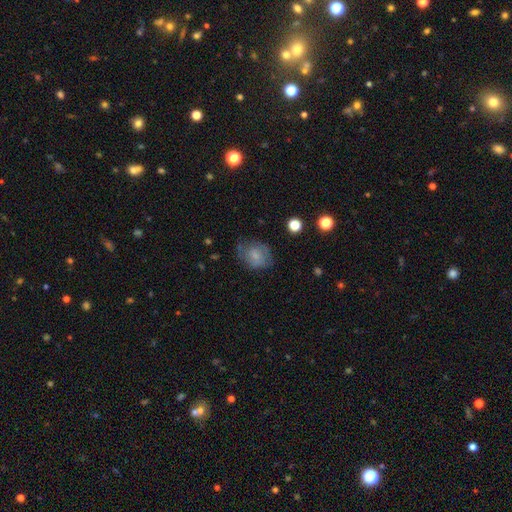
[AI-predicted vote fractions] Q: Smooth or featured?
A: smooth (69%); runner-up: featured or disk (21%)
Q: How rounded?
A: round (54%); runner-up: in between (45%)
Q: Merging?
A: none (59%); runner-up: minor disturbance (27%)